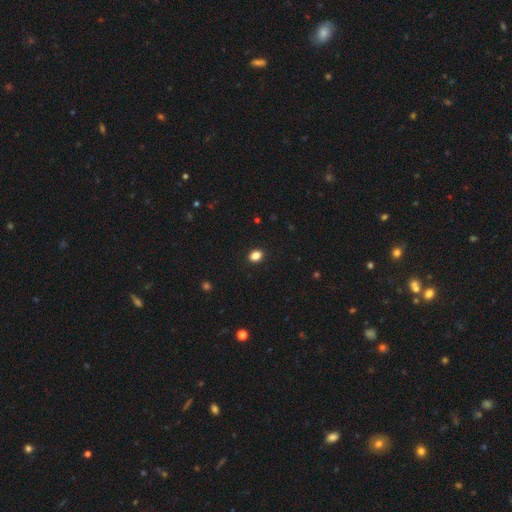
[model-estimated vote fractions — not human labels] This appears to be a smooth galaxy with no disk features (85%) that is in between round and cigar-shaped (60%). Merging: none (91%).